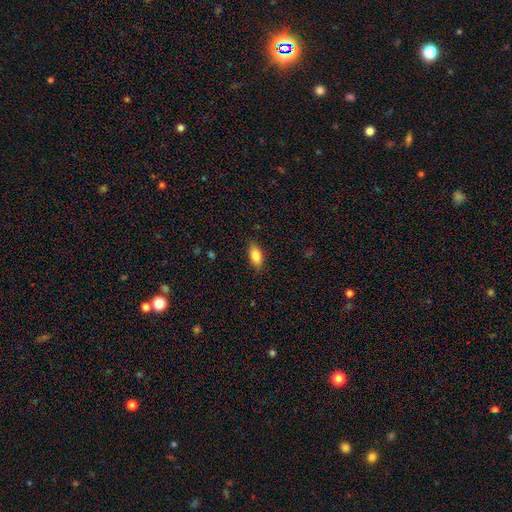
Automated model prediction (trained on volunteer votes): Q: Smooth or featured?
A: smooth (86%); runner-up: featured or disk (7%)
Q: How rounded?
A: in between (89%); runner-up: cigar-shaped (7%)
Q: Merging?
A: none (85%); runner-up: minor disturbance (11%)